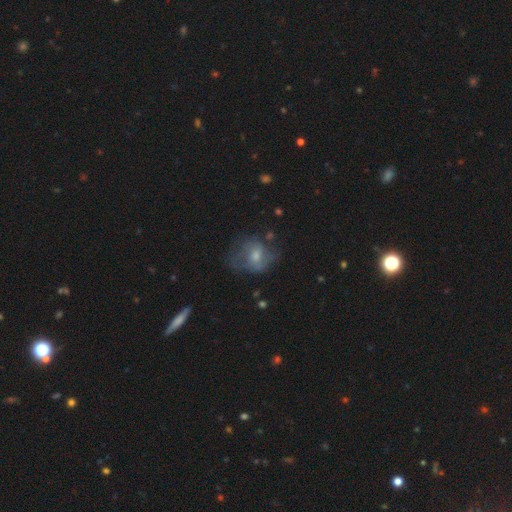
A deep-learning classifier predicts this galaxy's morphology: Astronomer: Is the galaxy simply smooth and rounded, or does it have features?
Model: featured or disk — 47% (runner-up: smooth, 43%).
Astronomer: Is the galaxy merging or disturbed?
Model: none — 45% (runner-up: major disturbance, 26%).